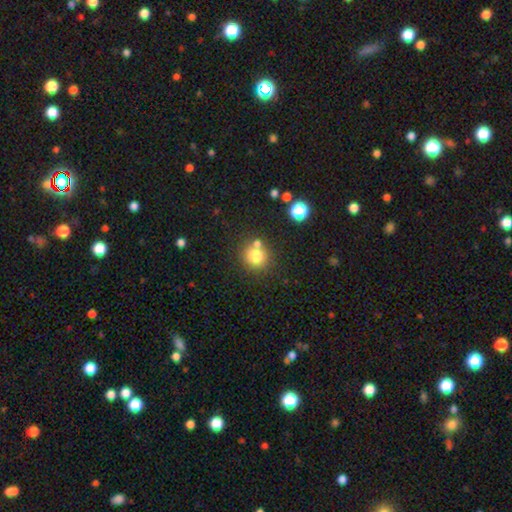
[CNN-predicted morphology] Smooth or featured? Predicted: smooth (p=0.78). How rounded? Predicted: round (p=0.88). Merging? Predicted: none (p=0.69).